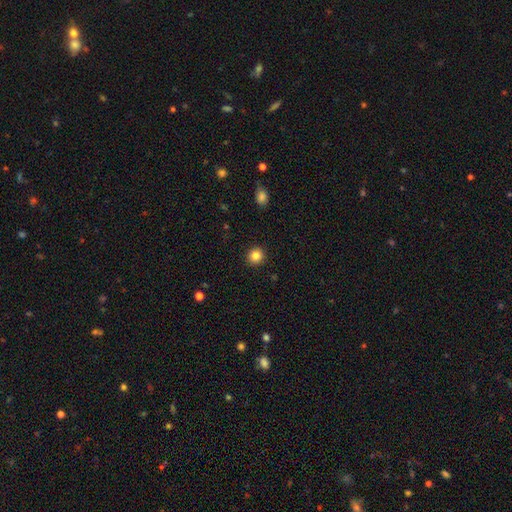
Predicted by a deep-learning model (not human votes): Smooth or featured? smooth (85%)
How rounded? round (91%)
Merging? none (92%)